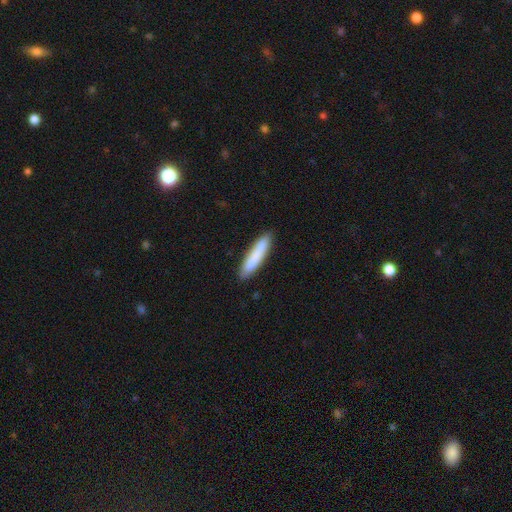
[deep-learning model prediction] Smooth or featured? Predicted: smooth (p=0.83). How rounded? Predicted: cigar-shaped (p=0.87). Merging? Predicted: none (p=0.88).